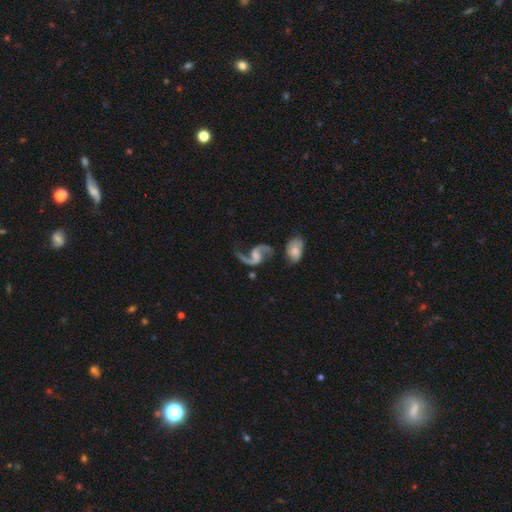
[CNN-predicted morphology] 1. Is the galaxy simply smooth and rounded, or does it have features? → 91% featured or disk, 4% star or artifact, 4% smooth.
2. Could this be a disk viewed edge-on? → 98% no, 2% yes.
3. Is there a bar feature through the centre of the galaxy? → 45% weak, 43% no, 12% strong.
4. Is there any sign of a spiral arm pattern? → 97% yes, 3% no.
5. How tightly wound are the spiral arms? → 74% loose, 22% medium, 4% tight.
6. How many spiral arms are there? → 91% 2, 5% 1, 1% can't tell, 1% 3, 1% 4, 1% more than 4.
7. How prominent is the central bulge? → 37% none, 31% small, 24% moderate, 5% large, 2% dominant.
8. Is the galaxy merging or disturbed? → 60% none, 17% minor disturbance, 13% major disturbance, 10% merger.